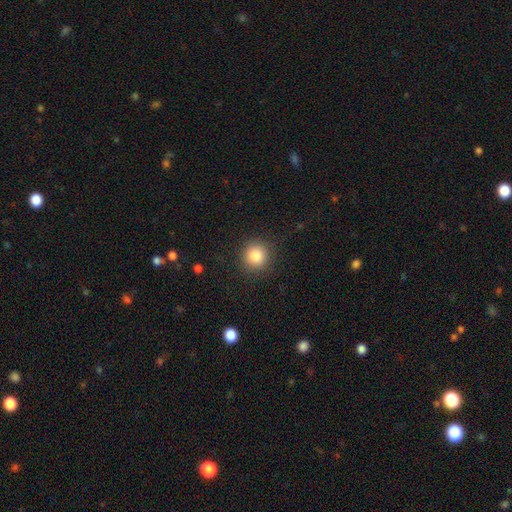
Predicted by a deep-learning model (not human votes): Smooth or featured?
  - smooth: 85% *
  - star or artifact: 10%
  - featured or disk: 5%
How rounded?
  - round: 93% *
  - in between: 6%
  - cigar-shaped: 1%
Merging?
  - none: 89% *
  - minor disturbance: 7%
  - major disturbance: 3%
  - merger: 1%